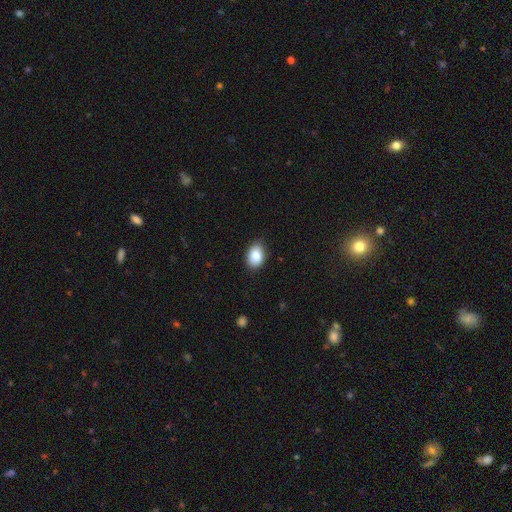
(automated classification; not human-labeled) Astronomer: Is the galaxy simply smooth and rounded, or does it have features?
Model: smooth — 87%.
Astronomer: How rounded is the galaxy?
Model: in between — 83%.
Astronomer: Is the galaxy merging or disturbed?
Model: none — 84%.